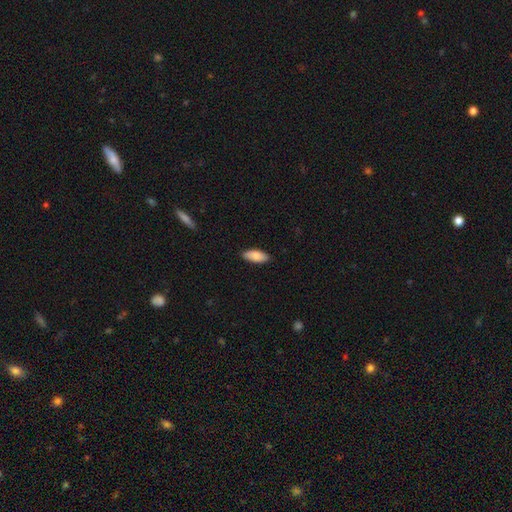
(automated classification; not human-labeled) Q: Smooth or featured?
A: smooth (84%); runner-up: featured or disk (10%)
Q: How rounded?
A: in between (85%); runner-up: cigar-shaped (13%)
Q: Merging?
A: none (87%); runner-up: minor disturbance (10%)